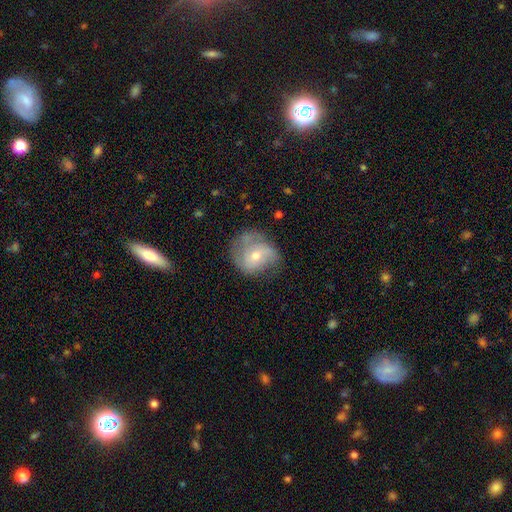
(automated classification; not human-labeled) A featured or disk galaxy (57%) with no bar (64%), spiral arms (77%) and a moderate central bulge (52%). Merging: none (52%).